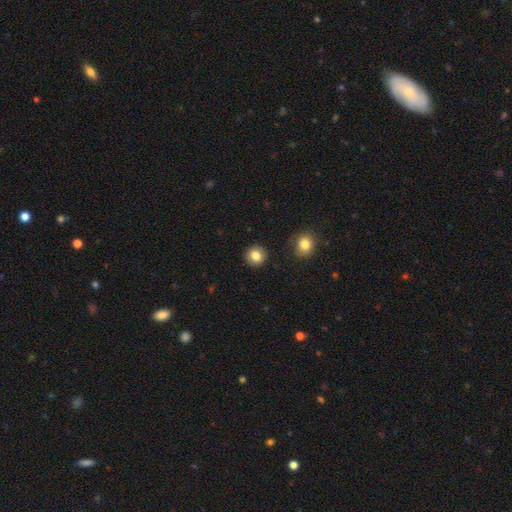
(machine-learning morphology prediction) Q: Smooth or featured?
A: smooth (84%); runner-up: star or artifact (10%)
Q: How rounded?
A: round (90%); runner-up: in between (9%)
Q: Merging?
A: none (90%); runner-up: minor disturbance (6%)